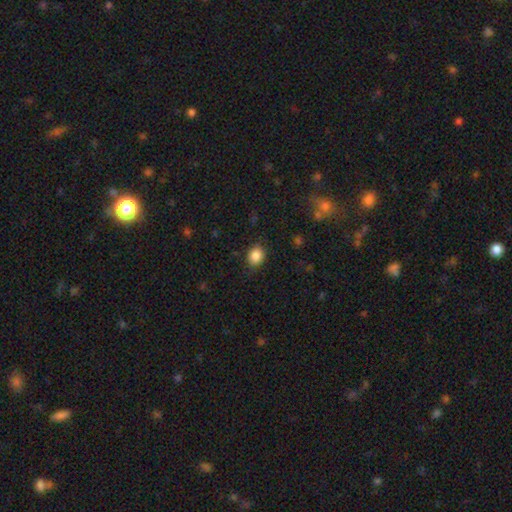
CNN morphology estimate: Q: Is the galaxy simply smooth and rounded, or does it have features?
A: smooth — 87%.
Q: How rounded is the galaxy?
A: round — 56%.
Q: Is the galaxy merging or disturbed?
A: none — 85%.